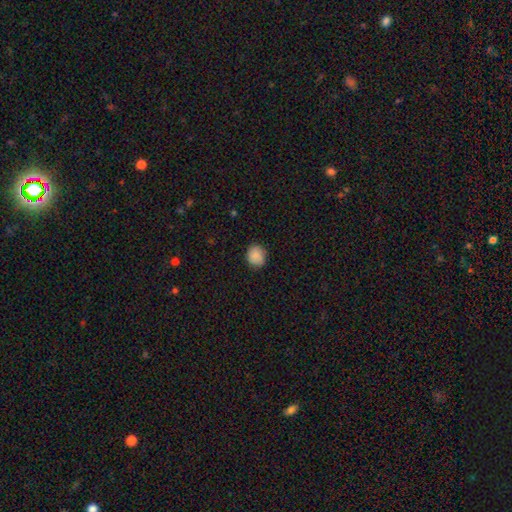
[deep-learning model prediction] This appears to be a smooth galaxy with no disk features (88%) that is round (74%). Merging: none (85%).